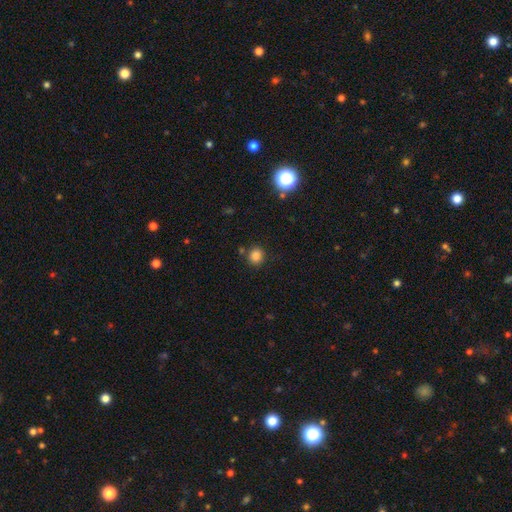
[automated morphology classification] A smooth galaxy with no disk features (84%) that is round (81%).

Vote fractions:
- Smooth or featured? smooth: 84% / star or artifact: 12% / featured or disk: 4%
- How rounded? round: 81% / in between: 18% / cigar-shaped: 1%
- Merging? none: 80% / minor disturbance: 10% / merger: 6% / major disturbance: 3%